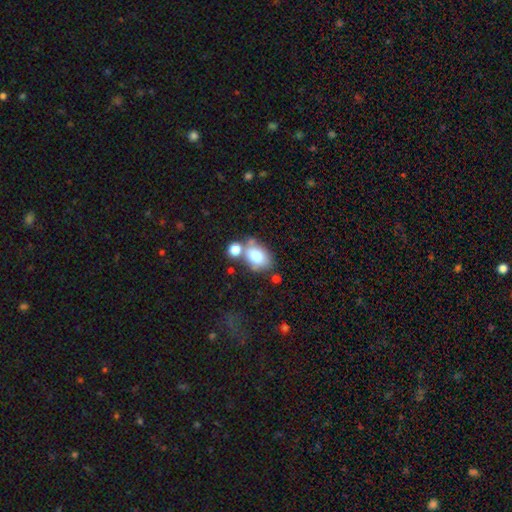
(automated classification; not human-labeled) smooth-or-featured: smooth: 78% | featured or disk: 13% | star or artifact: 9%
  how-rounded: in between: 81% | round: 18% | cigar-shaped: 1%
  merging: none: 47% | merger: 30% | minor disturbance: 17% | major disturbance: 7%